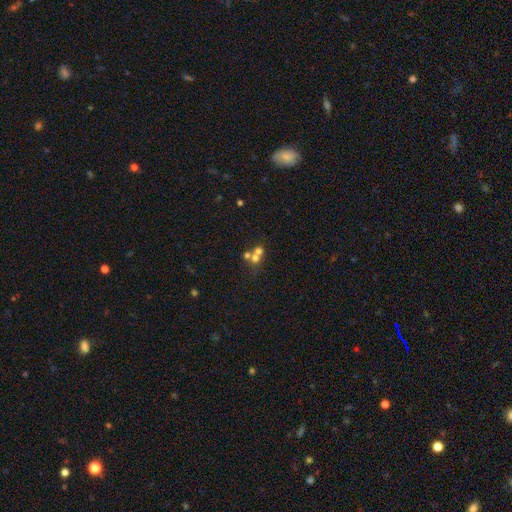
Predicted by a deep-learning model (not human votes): Overall: smooth (57%; featured or disk 23%). How rounded: round (81%). Merging: merger (56%; none 34%).